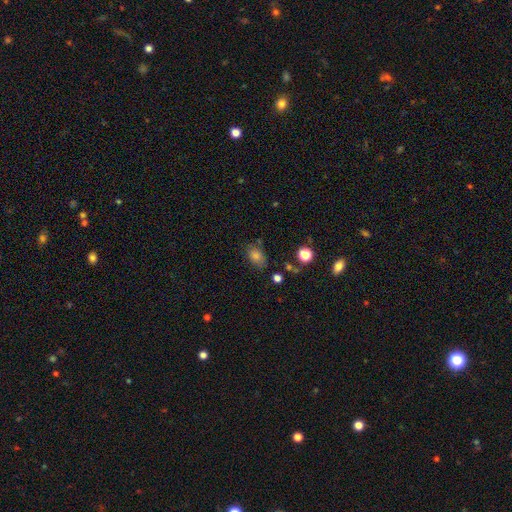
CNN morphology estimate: The model was most divided on "merging": none: 74%, minor disturbance: 17%, major disturbance: 5%, merger: 4%. More confident: how rounded — in between (79%); smooth or featured — smooth (75%).